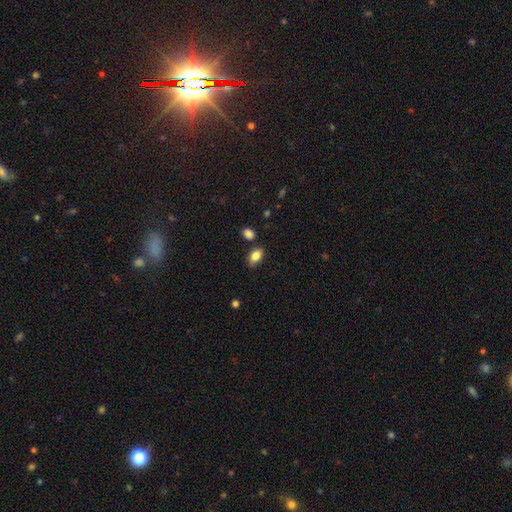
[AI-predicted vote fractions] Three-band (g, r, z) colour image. It shows a smooth galaxy with no disk features (84%) that is in between round and cigar-shaped (89%). Merging: none (73%).